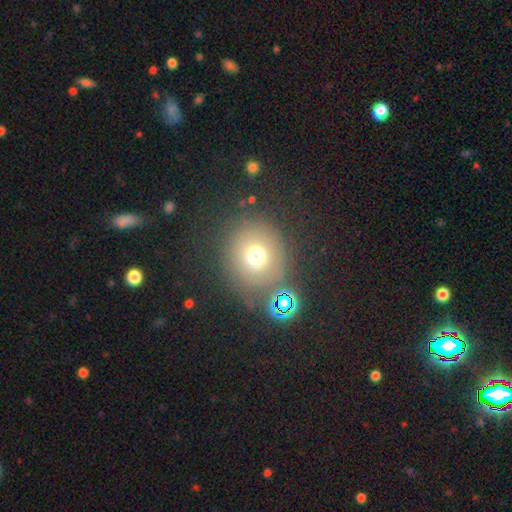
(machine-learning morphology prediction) The model was most divided on "smooth or featured": smooth: 68%, star or artifact: 19%, featured or disk: 13%. More confident: how rounded — round (88%); merging — none (76%).